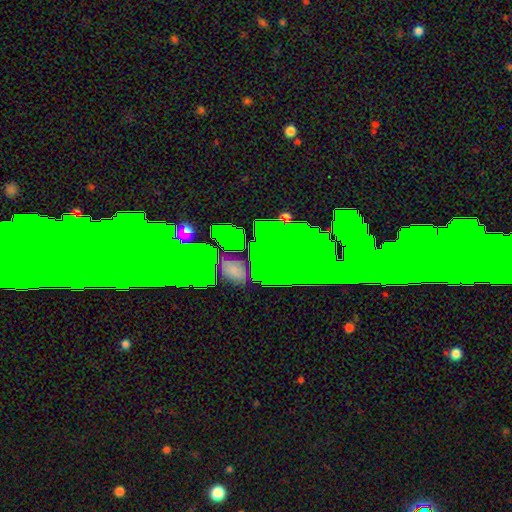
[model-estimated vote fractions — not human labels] Overall: star or artifact (72%).